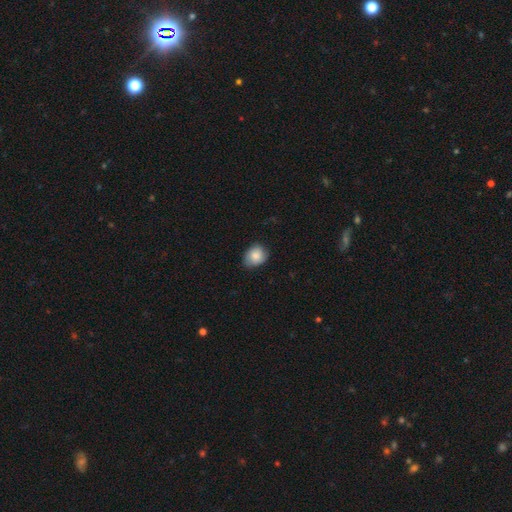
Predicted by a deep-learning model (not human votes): The model was most divided on "how rounded": round: 57%, in between: 42%, cigar-shaped: 1%. More confident: smooth or featured — smooth (84%); merging — none (73%).